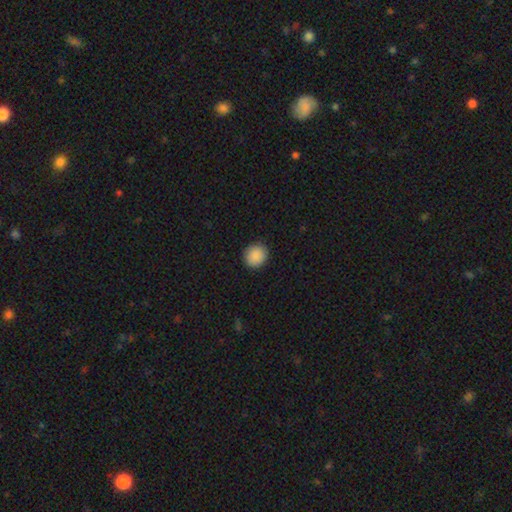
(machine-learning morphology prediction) smooth-or-featured: smooth: 89% | star or artifact: 8% | featured or disk: 3%
  how-rounded: round: 88% | in between: 11% | cigar-shaped: 1%
  merging: none: 91% | minor disturbance: 6% | major disturbance: 2% | merger: 1%